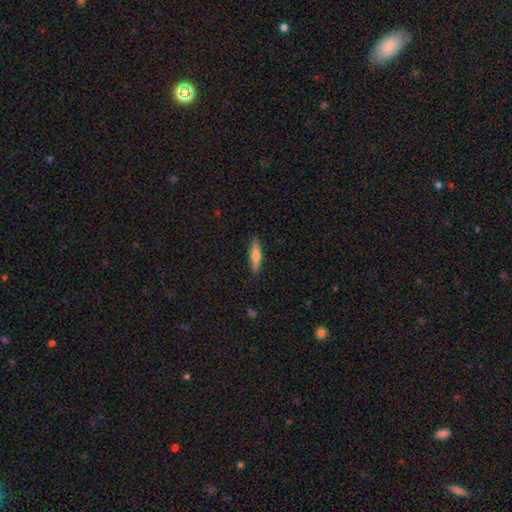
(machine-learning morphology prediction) This is likely a smooth galaxy (66%). How rounded: likely cigar-shaped (78%). Merging: clearly none (88%).